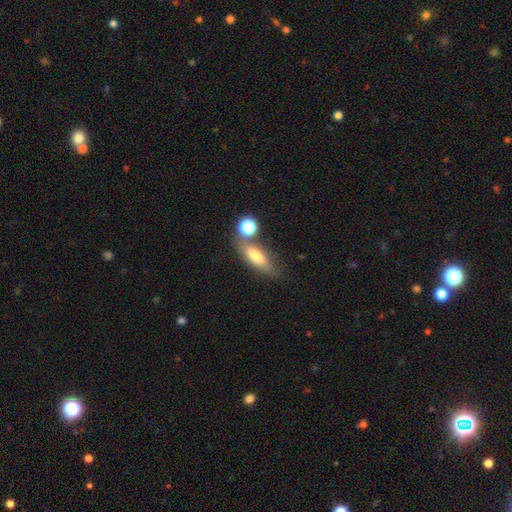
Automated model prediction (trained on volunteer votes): Q: Smooth or featured?
A: smooth (69%); runner-up: featured or disk (21%)
Q: How rounded?
A: in between (65%); runner-up: cigar-shaped (28%)
Q: Merging?
A: none (57%); runner-up: merger (20%)